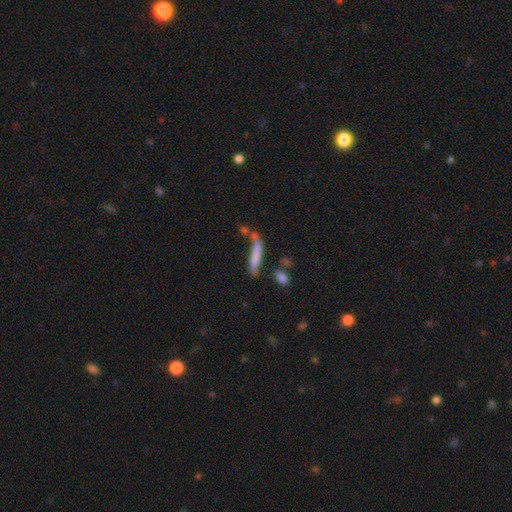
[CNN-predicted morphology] Smooth or featured? Predicted: smooth (p=0.67). How rounded? Predicted: cigar-shaped (p=0.83). Merging? Predicted: none (p=0.45).